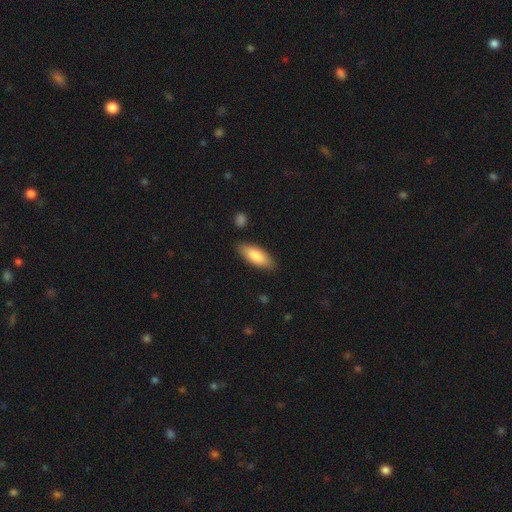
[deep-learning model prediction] smooth_or_featured: smooth (p=0.82) [alt: featured or disk p=0.12]
how_rounded: in between (p=0.71) [alt: cigar-shaped p=0.27]
merging: none (p=0.85) [alt: minor disturbance p=0.11]